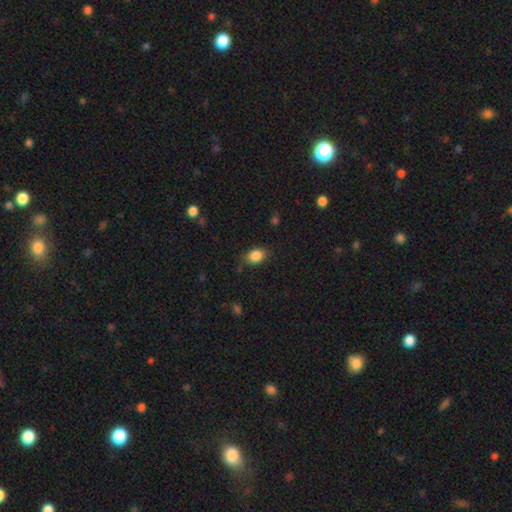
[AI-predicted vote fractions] smooth-or-featured: smooth: 87% | star or artifact: 8% | featured or disk: 5%
  how-rounded: in between: 77% | round: 22% | cigar-shaped: 1%
  merging: none: 78% | minor disturbance: 17% | major disturbance: 4% | merger: 1%